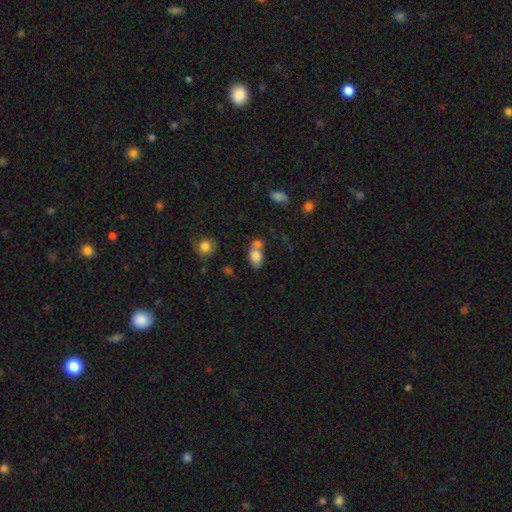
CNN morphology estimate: This is likely a smooth galaxy (79%). How rounded: clearly in between (82%). Merging: marginally merger (43%).